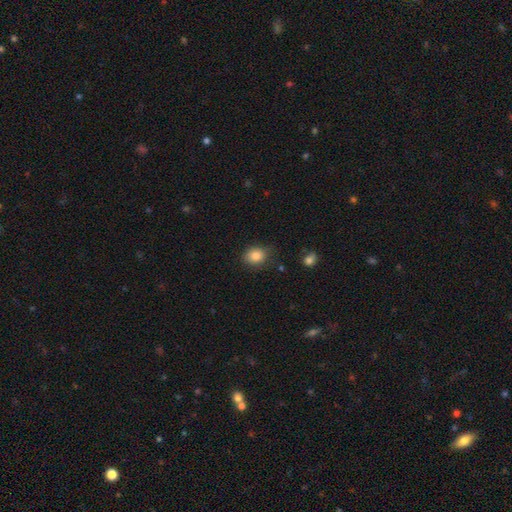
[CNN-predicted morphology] Smooth or featured? Predicted: smooth (p=0.85). How rounded? Predicted: round (p=0.57). Merging? Predicted: none (p=0.76).